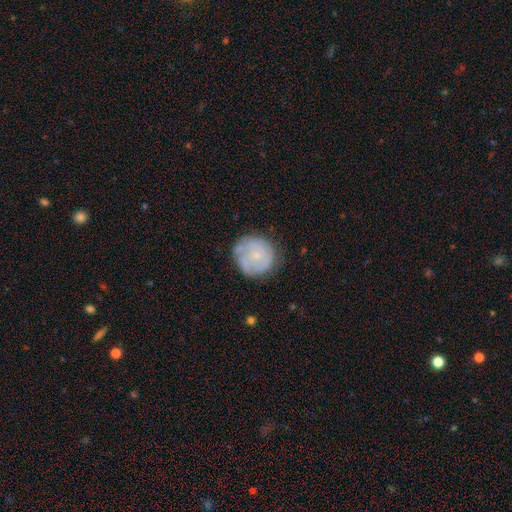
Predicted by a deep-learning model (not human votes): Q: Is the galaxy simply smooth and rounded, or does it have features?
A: featured or disk — 51%.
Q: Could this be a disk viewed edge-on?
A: no — 98%.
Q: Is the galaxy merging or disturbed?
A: none — 67%.